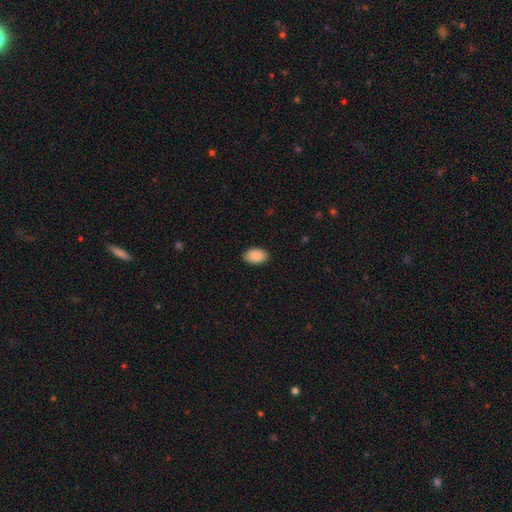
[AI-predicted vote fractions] Overall: smooth (91%). How rounded: in between (91%). Merging: none (89%).